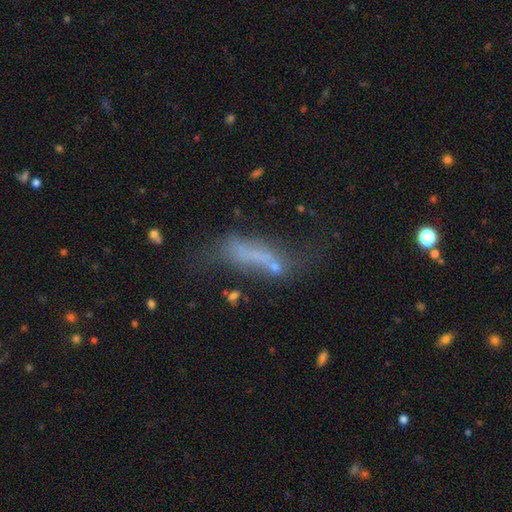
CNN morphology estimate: Q: Smooth or featured?
A: smooth (43%); runner-up: featured or disk (40%)
Q: Merging?
A: major disturbance (33%); runner-up: none (29%)